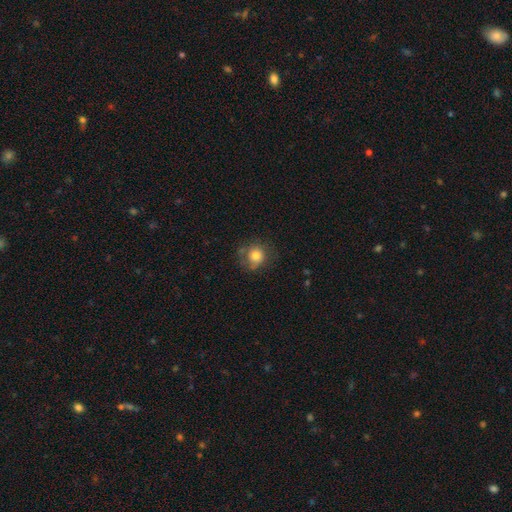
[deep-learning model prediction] A smooth galaxy with no disk features (75%) that is round (80%). Merging: none (58%).